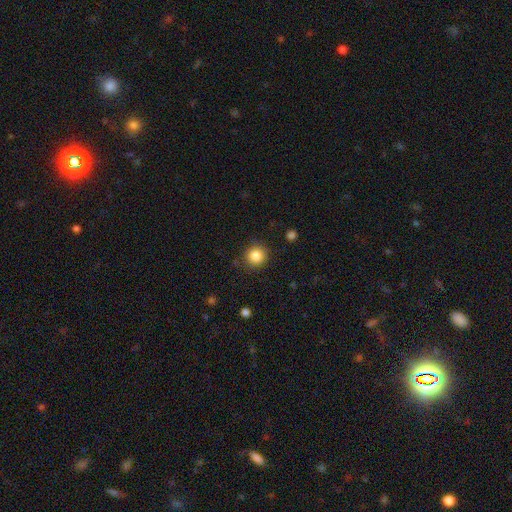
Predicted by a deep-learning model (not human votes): The model was most divided on "smooth or featured": smooth: 85%, star or artifact: 10%, featured or disk: 4%. More confident: how rounded — round (92%); merging — none (87%).